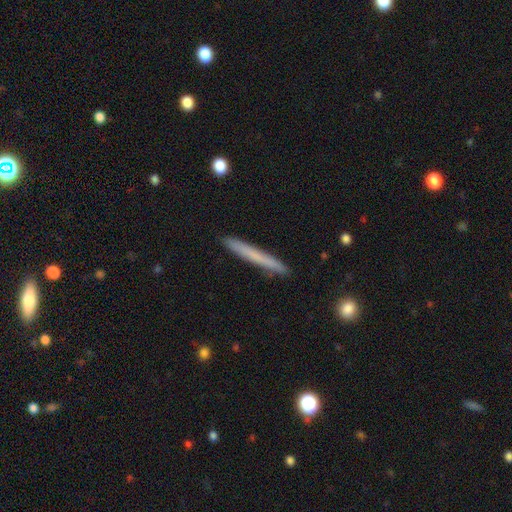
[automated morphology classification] Smooth or featured?
  - smooth: 65% *
  - featured or disk: 29%
  - star or artifact: 6%
How rounded?
  - cigar-shaped: 97% *
  - in between: 2%
  - round: 1%
Merging?
  - none: 91% *
  - minor disturbance: 7%
  - major disturbance: 1%
  - merger: 1%